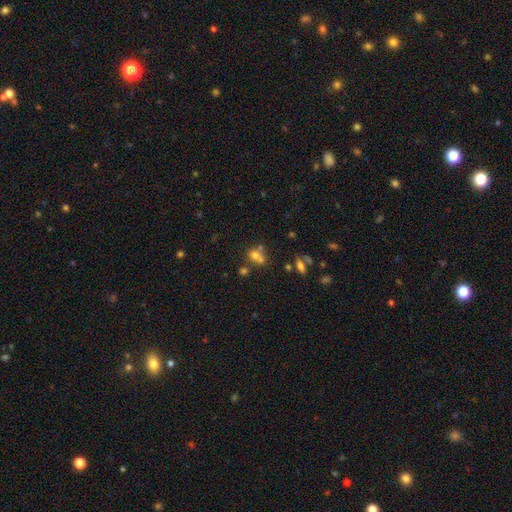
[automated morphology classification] This is likely a smooth galaxy (64%). How rounded: likely round (67%). Merging: possibly merger (48%).